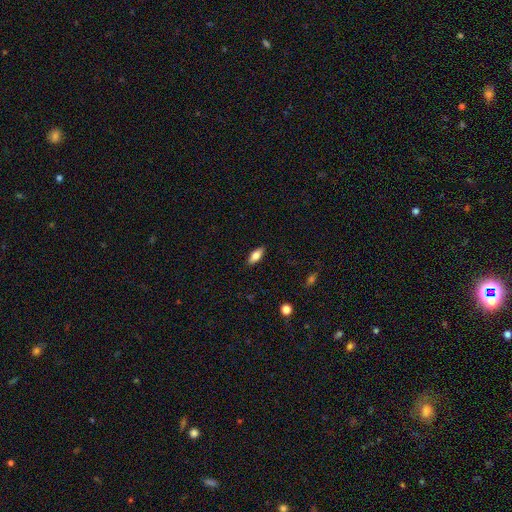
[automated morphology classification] smooth_or_featured: smooth (p=0.78) [alt: featured or disk p=0.16]
how_rounded: in between (p=0.80) [alt: cigar-shaped p=0.18]
merging: none (p=0.88) [alt: minor disturbance p=0.09]